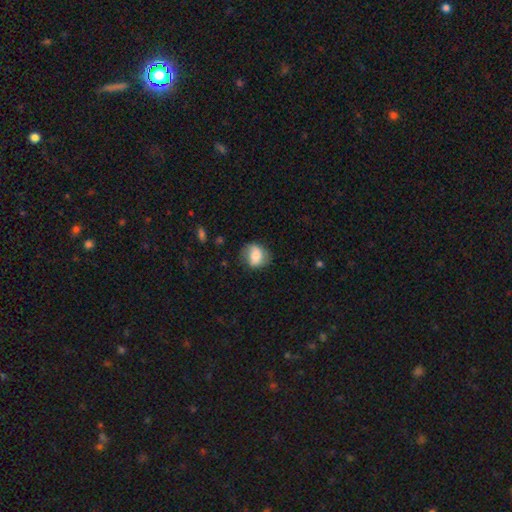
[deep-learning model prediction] smooth-or-featured: smooth: 73% | featured or disk: 19% | star or artifact: 8%
  how-rounded: round: 55% | in between: 44% | cigar-shaped: 1%
  merging: none: 63% | minor disturbance: 26% | major disturbance: 9% | merger: 2%